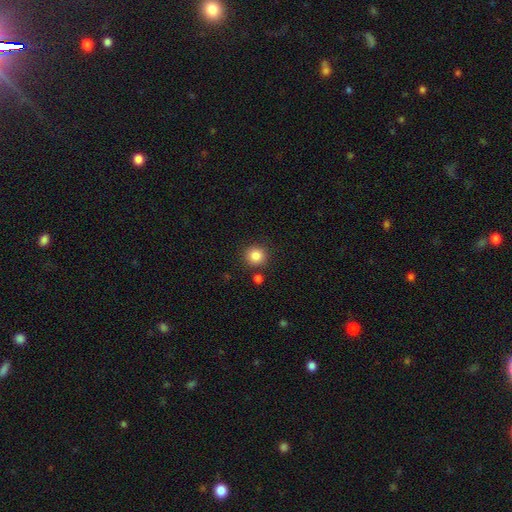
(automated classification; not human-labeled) A smooth galaxy with no disk features (86%) that is round (93%). Merging: none (85%).